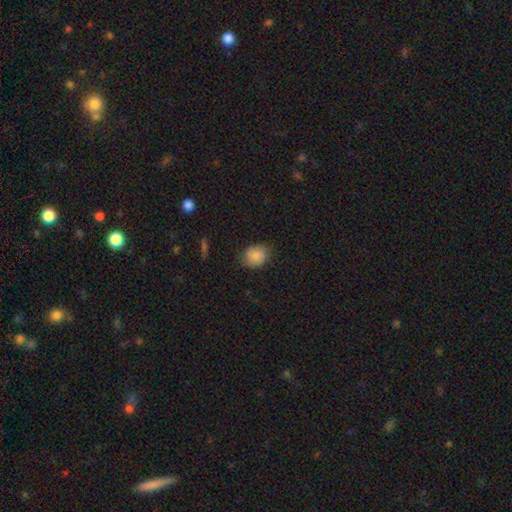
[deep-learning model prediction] The model was most divided on "how rounded": round: 60%, in between: 39%, cigar-shaped: 1%. More confident: smooth or featured — smooth (81%); merging — none (76%).